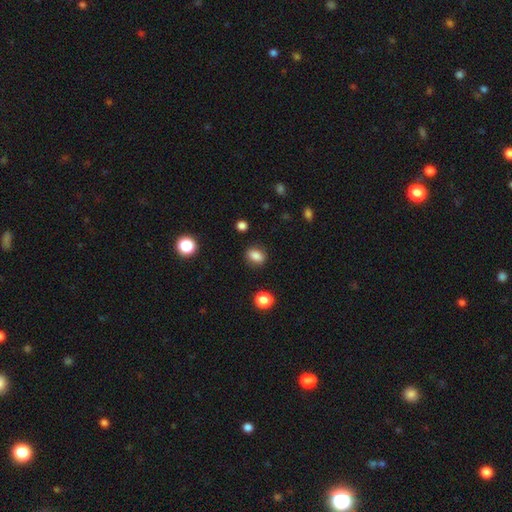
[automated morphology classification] type=smooth (85%); roundness=in between (68%); merging=none (86%).